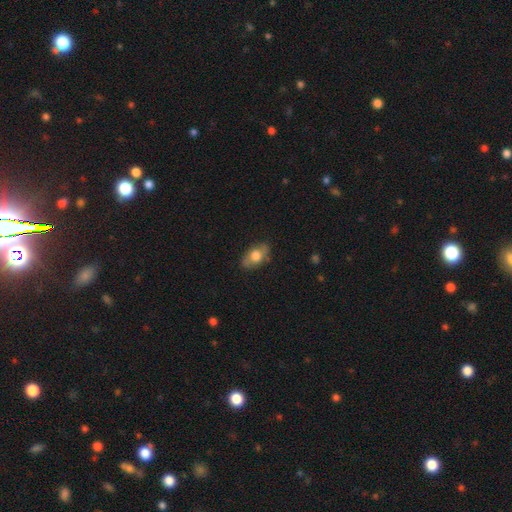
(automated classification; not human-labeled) smooth 63%, featured or disk 30%, star or artifact 7%. Down the decision tree: how rounded — in between (87%); merging — none (76%).